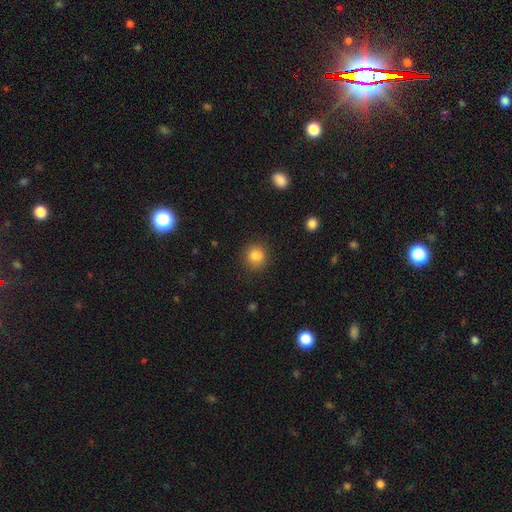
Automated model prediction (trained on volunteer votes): This is clearly a smooth galaxy (84%). How rounded: clearly round (87%). Merging: clearly none (86%).